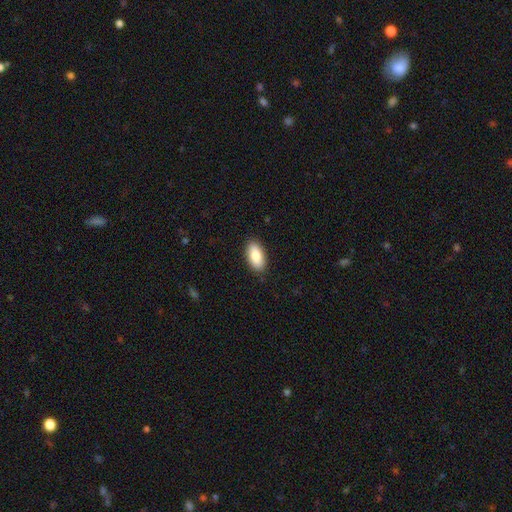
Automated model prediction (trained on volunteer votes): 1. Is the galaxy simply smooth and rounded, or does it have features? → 85% smooth, 8% featured or disk, 6% star or artifact.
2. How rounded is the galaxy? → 92% in between, 6% cigar-shaped, 3% round.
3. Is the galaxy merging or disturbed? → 88% none, 9% minor disturbance, 2% major disturbance, 1% merger.